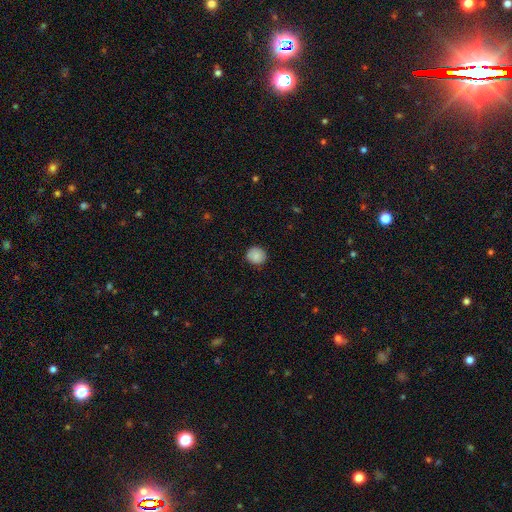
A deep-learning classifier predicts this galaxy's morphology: This appears to be a smooth galaxy with no disk features (86%) that is round (89%). Merging: none (86%).